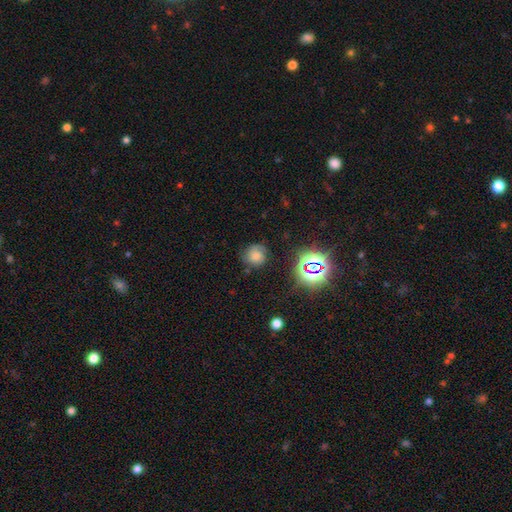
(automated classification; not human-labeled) Smooth or featured: smooth — 52% (featured or disk — 27%)
How rounded: round — 84% (in between — 15%)
Merging: none — 70% (minor disturbance — 20%)